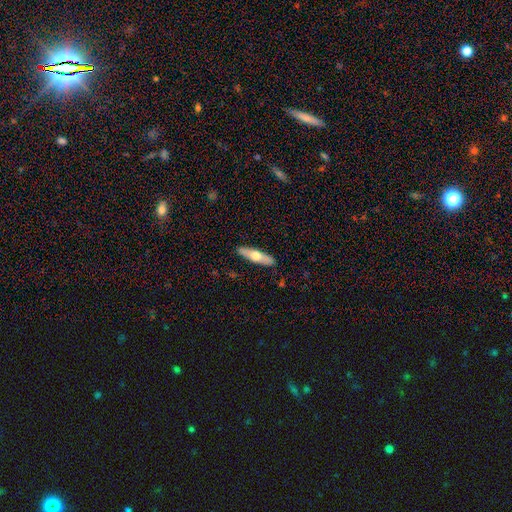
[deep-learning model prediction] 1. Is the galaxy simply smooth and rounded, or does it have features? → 56% smooth, 39% featured or disk, 5% star or artifact.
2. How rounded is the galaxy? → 68% cigar-shaped, 30% in between, 2% round.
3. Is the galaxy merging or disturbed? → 89% none, 8% minor disturbance, 2% major disturbance, 1% merger.